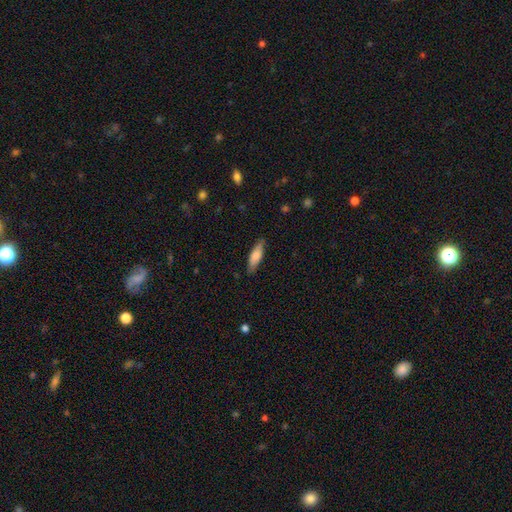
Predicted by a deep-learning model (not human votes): This appears to be a smooth galaxy with no disk features (74%) that is cigar-shaped (58%). Merging: none (85%).